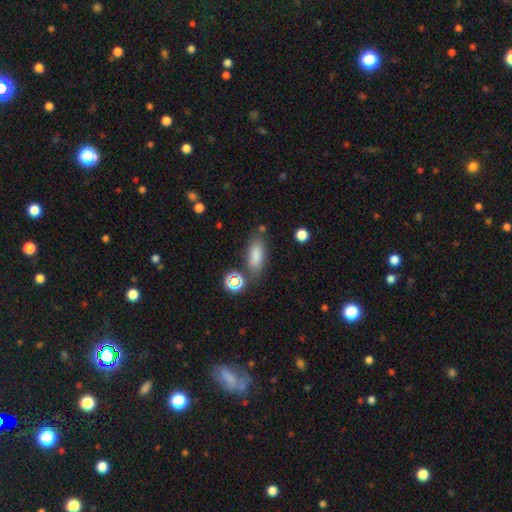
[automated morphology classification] The model was most divided on "how rounded": in between: 76%, cigar-shaped: 20%, round: 4%. More confident: smooth or featured — smooth (81%); merging — none (73%).